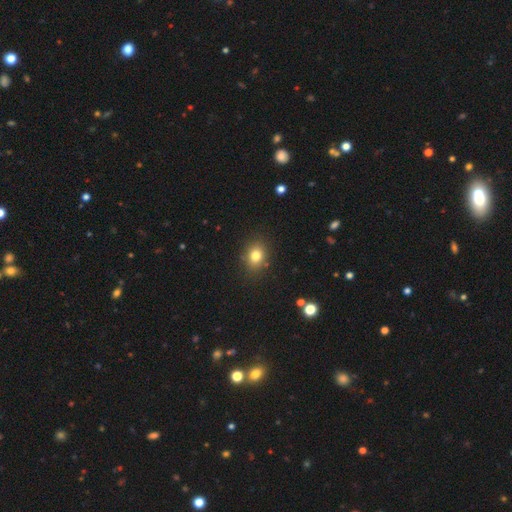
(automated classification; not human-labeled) Smooth or featured?
  - smooth: 80% *
  - star or artifact: 12%
  - featured or disk: 8%
How rounded?
  - in between: 51% *
  - round: 48%
  - cigar-shaped: 1%
Merging?
  - none: 86% *
  - minor disturbance: 10%
  - major disturbance: 3%
  - merger: 2%